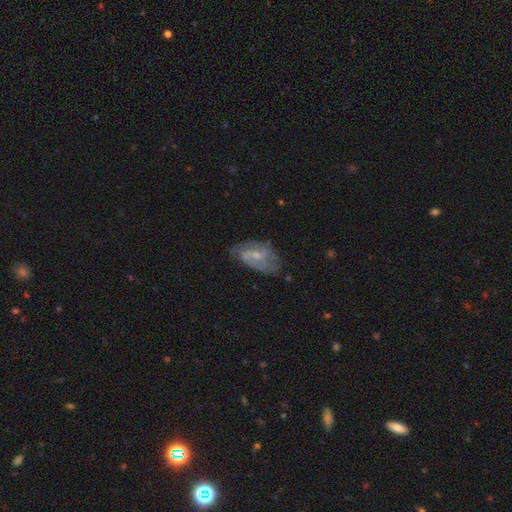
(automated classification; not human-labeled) A featured or disk galaxy (75%) with a weak bar (50%), 2 (63%) medium (47%) spiral arms (88%) and a small central bulge (60%).

Vote fractions:
- Smooth or featured? featured or disk: 75% / smooth: 18% / star or artifact: 7%
- Edge-on disk? no: 96% / yes: 4%
- Bar? weak: 50% / no: 40% / strong: 11%
- Spiral arms? yes: 88% / no: 12%
- Spiral winding? medium: 47% / tight: 30% / loose: 23%
- Spiral arm count? 2: 63% / can't tell: 20% / 3: 9% / 1: 3% / 4: 2% / more than 4: 2%
- Bulge size? small: 60% / moderate: 33% / none: 4% / large: 1% / dominant: 1%
- Merging? none: 63% / minor disturbance: 25% / major disturbance: 9% / merger: 2%